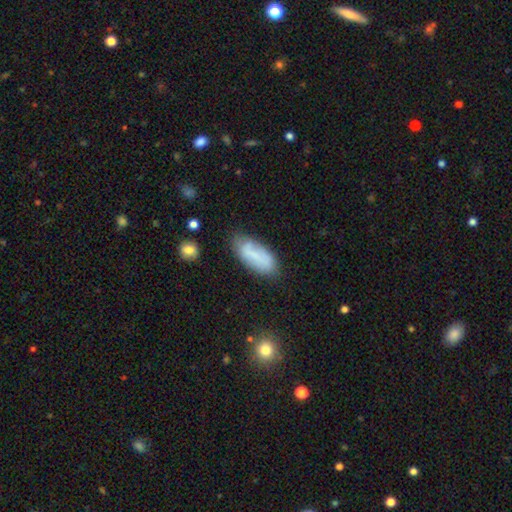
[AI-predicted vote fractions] A smooth galaxy with no disk features (70%) that is in between round and cigar-shaped (83%).

Vote fractions:
- Smooth or featured? smooth: 70% / featured or disk: 22% / star or artifact: 8%
- How rounded? in between: 83% / cigar-shaped: 14% / round: 2%
- Merging? none: 66% / minor disturbance: 23% / major disturbance: 6% / merger: 4%